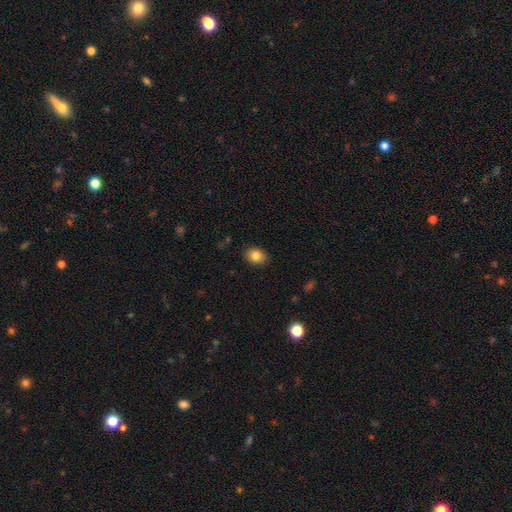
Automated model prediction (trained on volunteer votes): smooth-or-featured: smooth: 84% | star or artifact: 9% | featured or disk: 7%
  how-rounded: in between: 54% | round: 45% | cigar-shaped: 1%
  merging: none: 88% | minor disturbance: 9% | major disturbance: 2% | merger: 1%